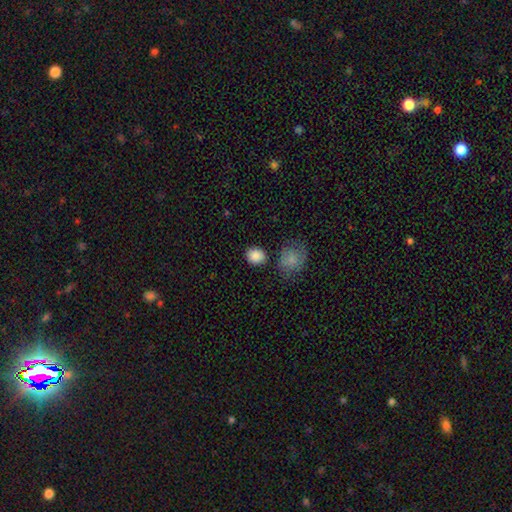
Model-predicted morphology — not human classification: Overall: smooth (87%). How rounded: round (63%; in between 36%). Merging: none (80%).